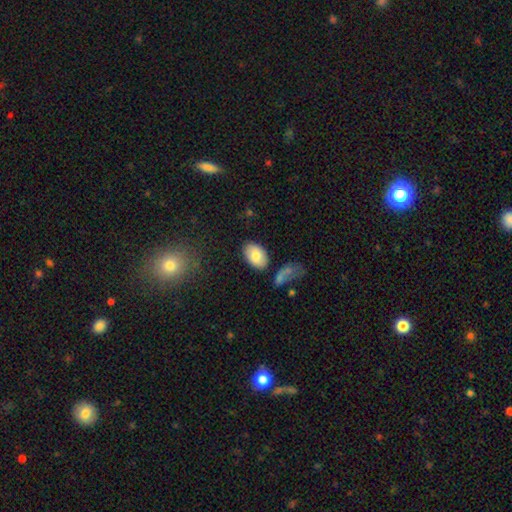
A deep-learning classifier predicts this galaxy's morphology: Overall: smooth (81%). How rounded: in between (91%). Merging: none (76%).